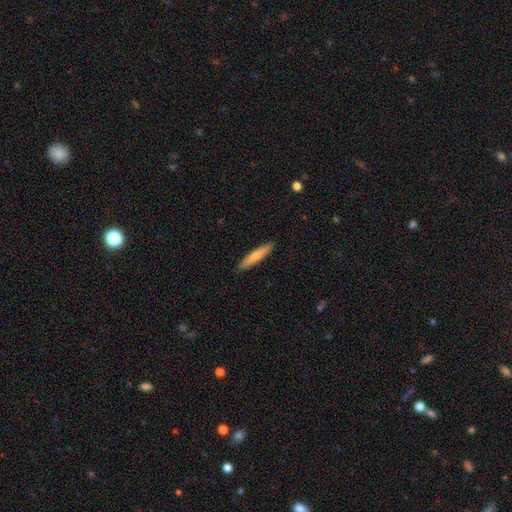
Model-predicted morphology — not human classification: This is likely a smooth galaxy (71%). How rounded: clearly cigar-shaped (90%). Merging: clearly none (90%).